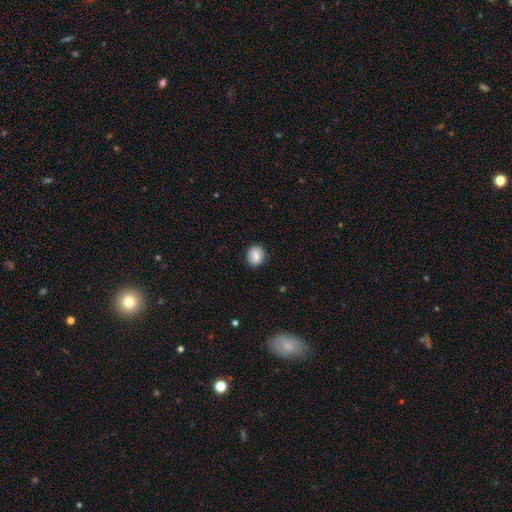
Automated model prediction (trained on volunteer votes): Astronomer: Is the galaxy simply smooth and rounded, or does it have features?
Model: smooth — 80%.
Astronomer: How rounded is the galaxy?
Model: round — 74%.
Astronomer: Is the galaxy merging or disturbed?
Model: none — 86%.